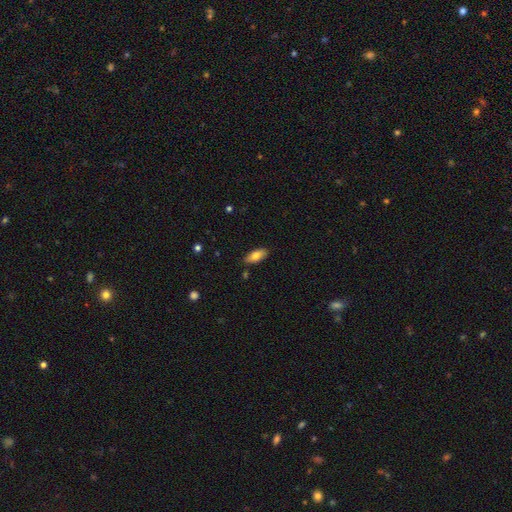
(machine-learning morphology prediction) A smooth galaxy with no disk features (78%) that is in between round and cigar-shaped (85%). Merging: none (86%).